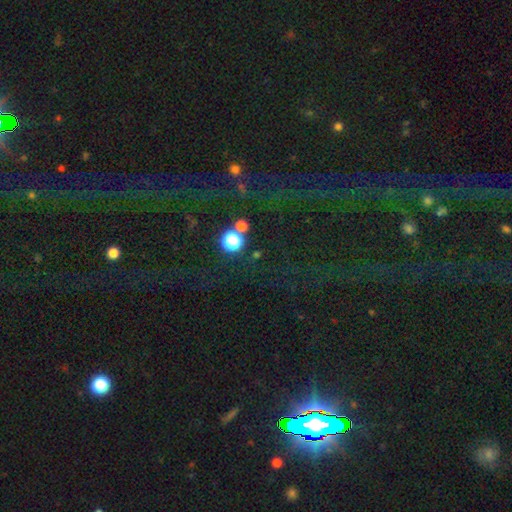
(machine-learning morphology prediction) Smooth or featured? star or artifact (56%)